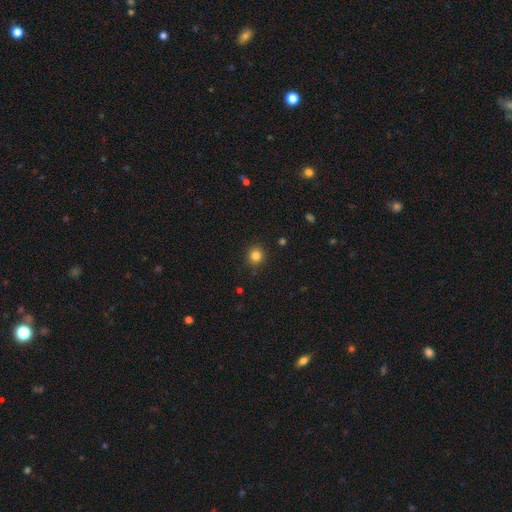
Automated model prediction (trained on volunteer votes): The model was most divided on "smooth or featured": smooth: 83%, star or artifact: 13%, featured or disk: 5%. More confident: how rounded — round (91%); merging — none (90%).